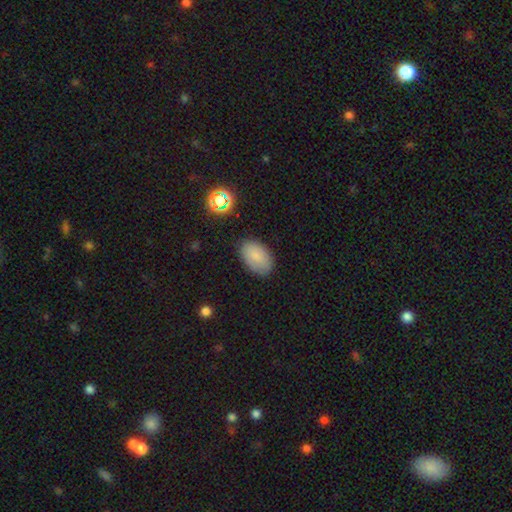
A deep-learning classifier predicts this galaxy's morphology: A smooth galaxy with no disk features (81%) that is in between round and cigar-shaped (91%). Merging: none (83%).